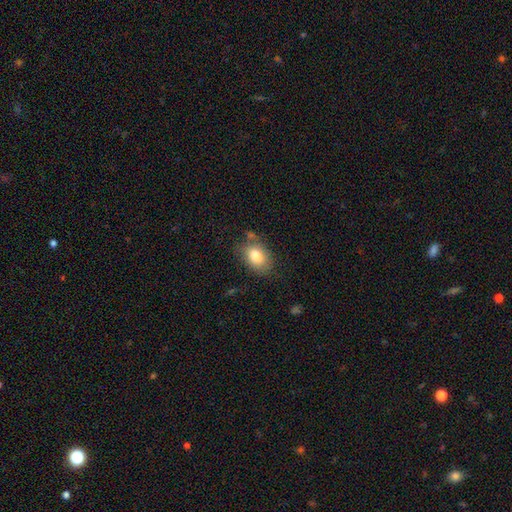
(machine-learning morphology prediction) Smooth or featured? smooth (82%)
How rounded? in between (83%)
Merging? none (69%)